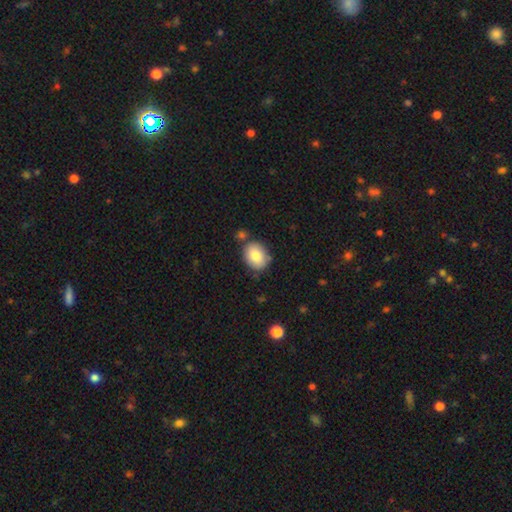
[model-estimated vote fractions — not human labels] Smooth or featured? Predicted: smooth (p=0.82). How rounded? Predicted: in between (p=0.60). Merging? Predicted: none (p=0.73).